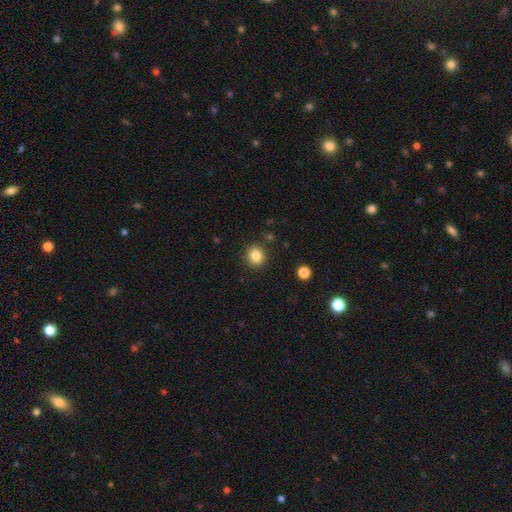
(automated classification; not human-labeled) smooth 84%, star or artifact 11%, featured or disk 5%. Down the decision tree: how rounded — round (87%); merging — none (88%).